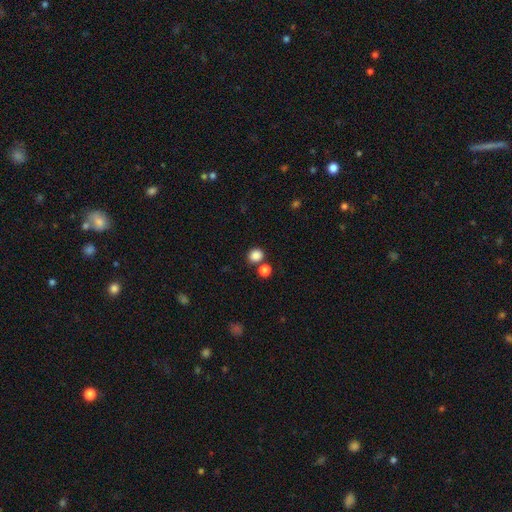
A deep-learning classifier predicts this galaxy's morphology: type=smooth (85%); roundness=round (78%); merging=none (70%).